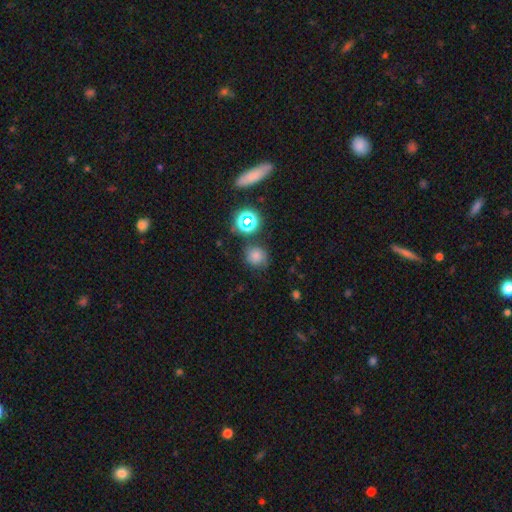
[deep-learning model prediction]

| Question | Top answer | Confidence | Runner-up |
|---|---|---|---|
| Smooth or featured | smooth | 71% | star or artifact (21%) |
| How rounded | round | 87% | in between (12%) |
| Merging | none | 74% | minor disturbance (16%) |